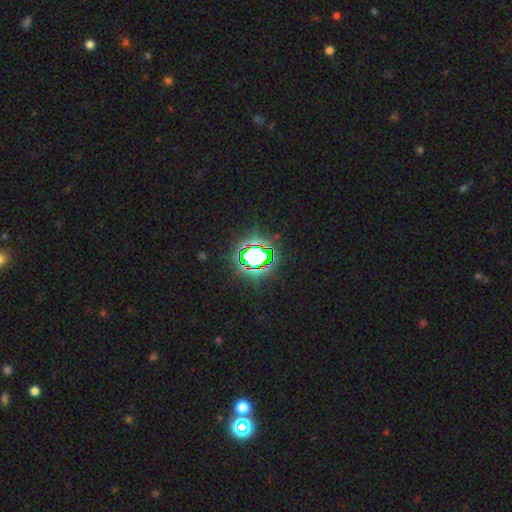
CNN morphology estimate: smooth_or_featured: star or artifact (p=0.79) [alt: smooth p=0.13]